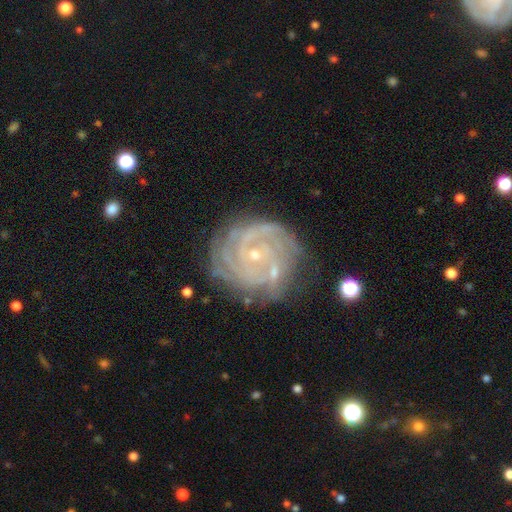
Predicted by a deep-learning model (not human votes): This is clearly a featured or disk galaxy (88%). It is clearly not viewed edge-on (98%). Bar: likely no (68%). Spiral arm pattern: clearly yes (98%). Spiral arm count: marginally 4 (26%). Spiral winding: clearly tight (80%). Central bulge: clearly small (81%). Merging: likely none (69%).